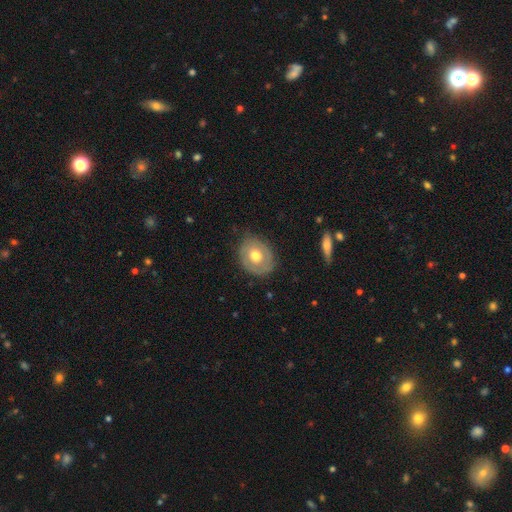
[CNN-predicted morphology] Smooth or featured? smooth (50%)
How rounded? round (60%)
Merging? none (76%)